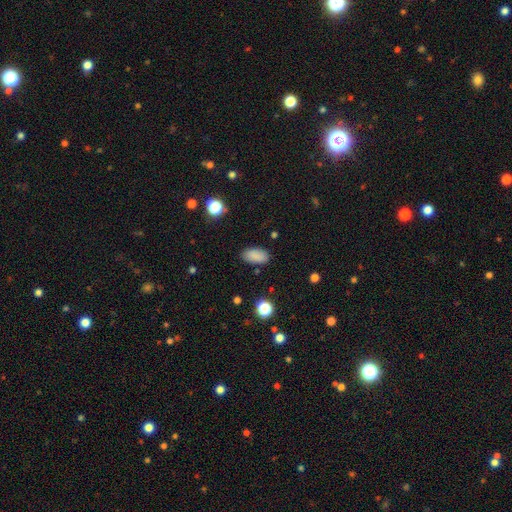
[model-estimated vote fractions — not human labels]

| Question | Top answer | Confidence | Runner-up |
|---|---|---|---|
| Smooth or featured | smooth | 87% | star or artifact (9%) |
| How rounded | in between | 93% | cigar-shaped (4%) |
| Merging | none | 87% | minor disturbance (9%) |